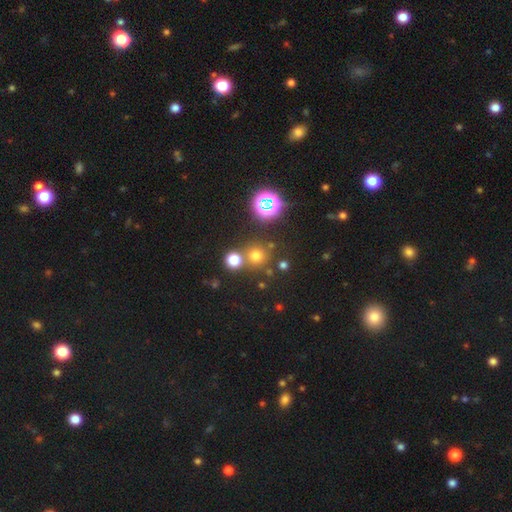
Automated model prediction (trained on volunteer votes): Q: Smooth or featured?
A: smooth (64%); runner-up: star or artifact (29%)
Q: How rounded?
A: round (92%); runner-up: in between (7%)
Q: Merging?
A: none (70%); runner-up: merger (20%)